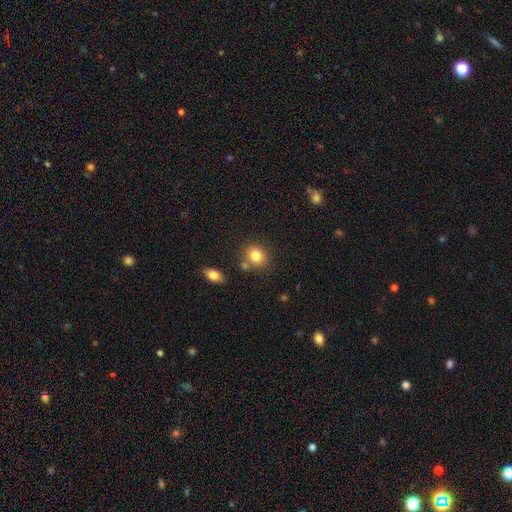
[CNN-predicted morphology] Smooth or featured? Predicted: smooth (p=0.82). How rounded? Predicted: round (p=0.66). Merging? Predicted: none (p=0.71).